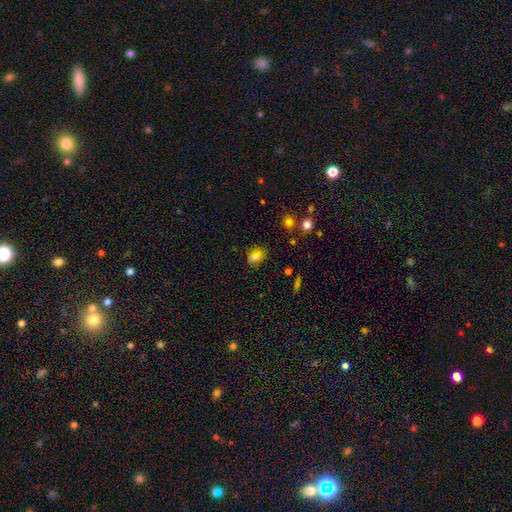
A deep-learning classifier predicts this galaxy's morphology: Smooth or featured?
  - smooth: 69% *
  - star or artifact: 19%
  - featured or disk: 12%
How rounded?
  - in between: 69% *
  - round: 28%
  - cigar-shaped: 3%
Merging?
  - none: 75% *
  - minor disturbance: 16%
  - major disturbance: 5%
  - merger: 4%